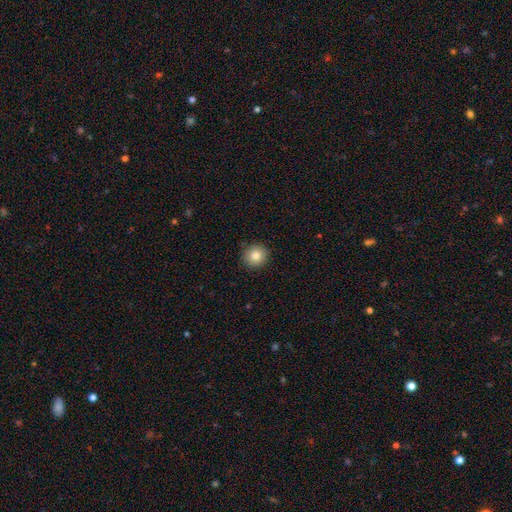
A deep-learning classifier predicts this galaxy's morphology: This is clearly a smooth galaxy (82%). How rounded: clearly round (91%). Merging: clearly none (90%).